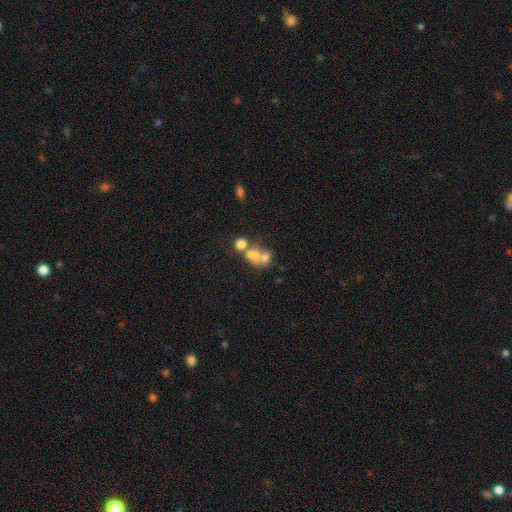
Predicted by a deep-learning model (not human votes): Morphology: type=smooth (59%); roundness=round (49%, tied with in between); merging=merger (62%).